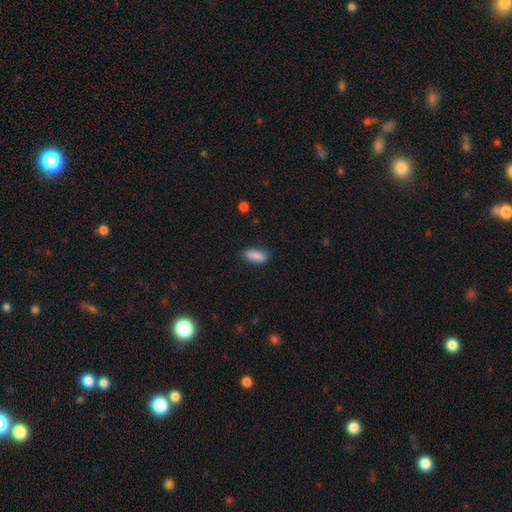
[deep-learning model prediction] Morphology: type=smooth (87%); roundness=in between (78%); merging=none (73%).